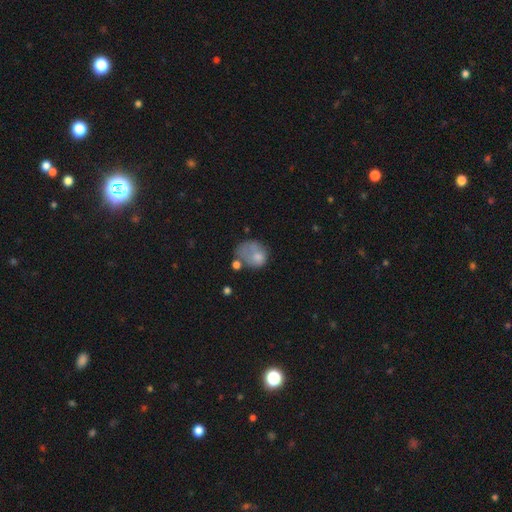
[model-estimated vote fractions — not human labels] smooth 65%, featured or disk 25%, star or artifact 10%. Down the decision tree: how rounded — round (51%); merging — major disturbance (35%).